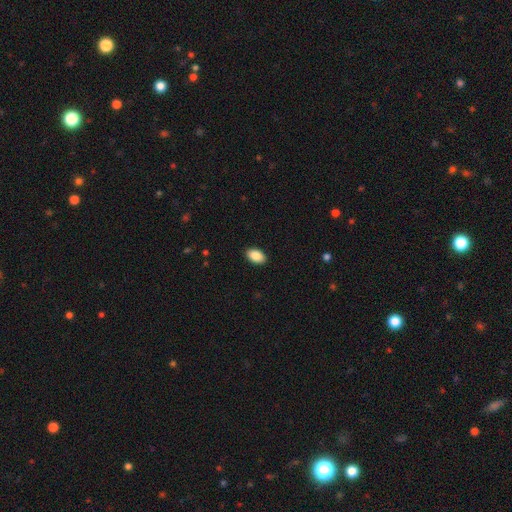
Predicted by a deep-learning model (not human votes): Overall: smooth (89%). How rounded: in between (93%). Merging: none (90%).